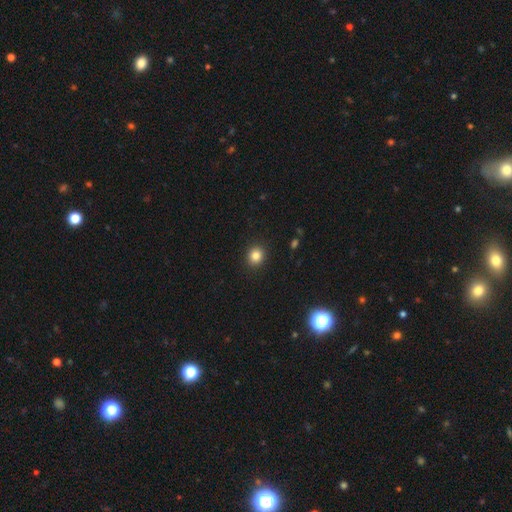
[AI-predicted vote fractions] Smooth or featured? Predicted: smooth (p=0.84). How rounded? Predicted: round (p=0.82). Merging? Predicted: none (p=0.92).